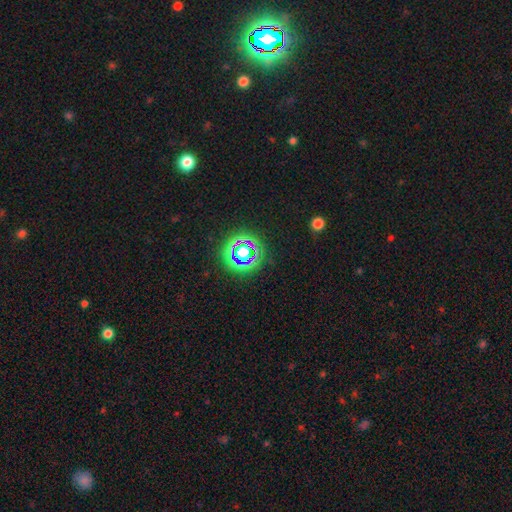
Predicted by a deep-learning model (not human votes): Smooth or featured: star or artifact — 78% (smooth — 15%)